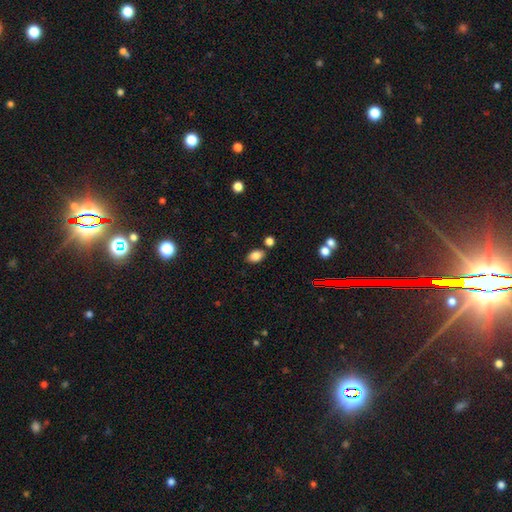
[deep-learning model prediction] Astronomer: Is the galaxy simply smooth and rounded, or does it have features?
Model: smooth — 84%.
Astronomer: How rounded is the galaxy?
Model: in between — 84%.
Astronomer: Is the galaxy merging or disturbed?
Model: none — 79%.